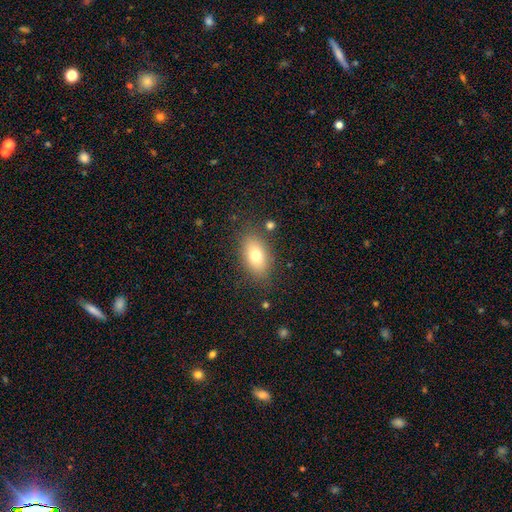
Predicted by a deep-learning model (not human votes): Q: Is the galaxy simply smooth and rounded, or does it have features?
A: smooth — 75%.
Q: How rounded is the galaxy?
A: in between — 87%.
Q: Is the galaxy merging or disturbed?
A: none — 82%.